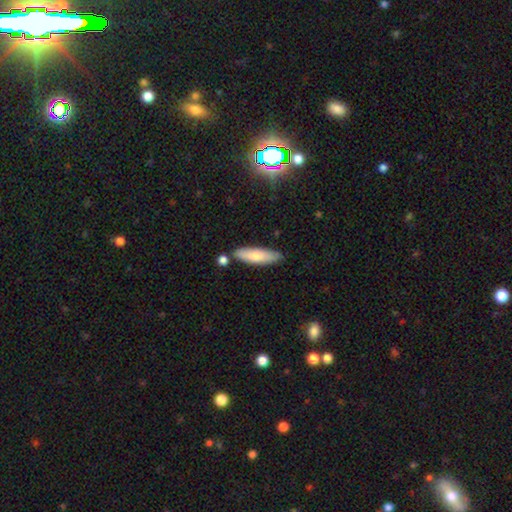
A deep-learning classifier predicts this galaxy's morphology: A smooth galaxy with no disk features (74%) that is cigar-shaped (60%). Merging: none (77%).